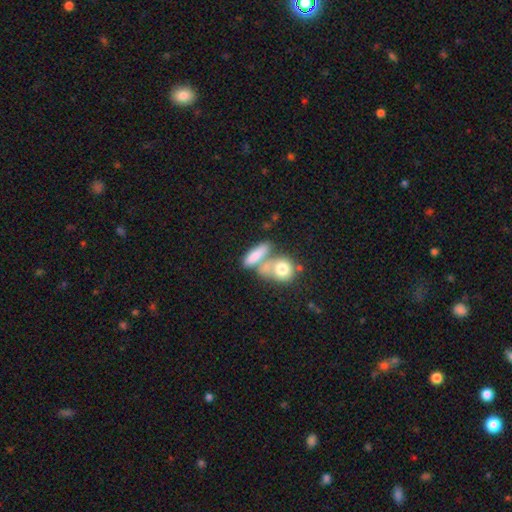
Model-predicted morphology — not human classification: Smooth or featured: smooth — 77% (featured or disk — 15%)
How rounded: in between — 61% (cigar-shaped — 26%)
Merging: merger — 46% (none — 36%)